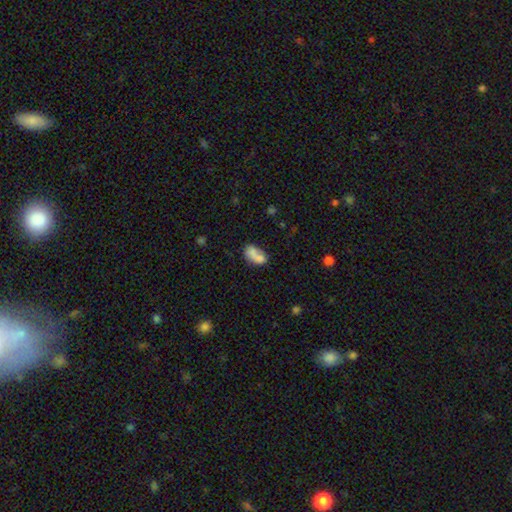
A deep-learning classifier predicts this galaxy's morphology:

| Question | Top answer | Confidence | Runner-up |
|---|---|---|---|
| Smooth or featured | smooth | 71% | featured or disk (20%) |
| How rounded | in between | 85% | round (12%) |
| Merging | merger | 44% | none (31%) |